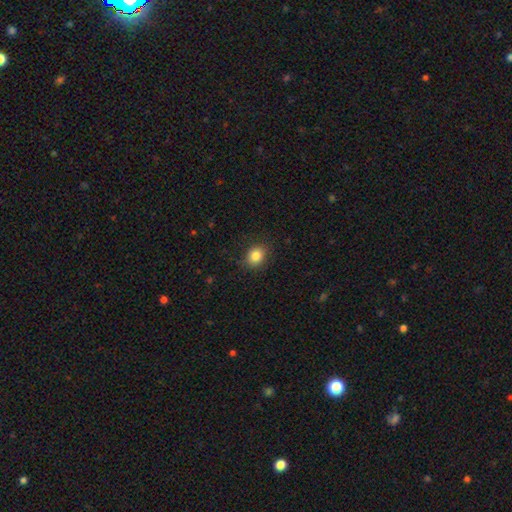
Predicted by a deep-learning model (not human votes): Smooth or featured?
  - smooth: 84% *
  - star or artifact: 10%
  - featured or disk: 5%
How rounded?
  - round: 61% *
  - in between: 38%
  - cigar-shaped: 1%
Merging?
  - none: 85% *
  - minor disturbance: 11%
  - major disturbance: 3%
  - merger: 1%